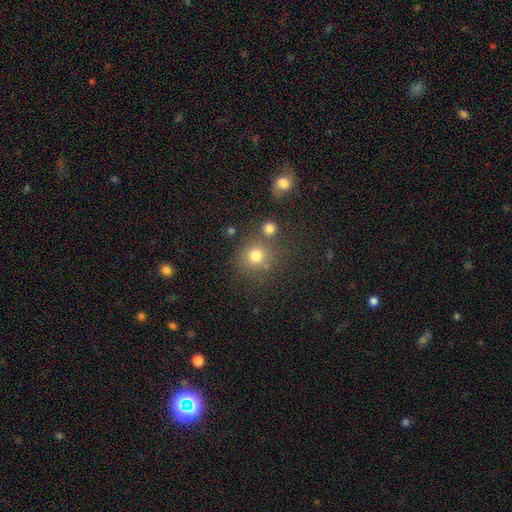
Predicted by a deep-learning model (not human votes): The model was most divided on "merging": none: 72%, merger: 13%, minor disturbance: 10%, major disturbance: 5%. More confident: how rounded — round (89%); smooth or featured — smooth (77%).